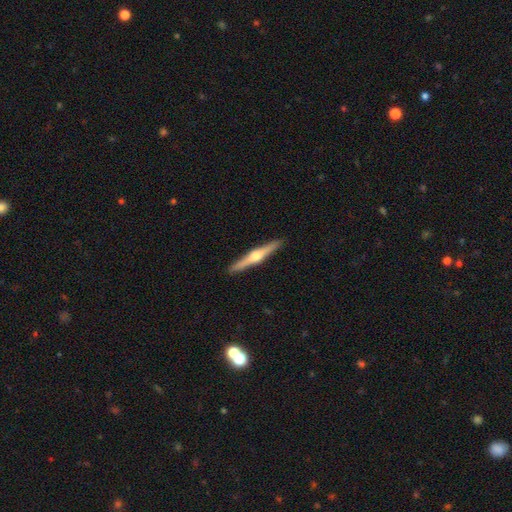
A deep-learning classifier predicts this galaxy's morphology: A featured or disk galaxy (73%) viewed edge-on (98%) with a rounded central bulge (94%). Merging: none (92%).